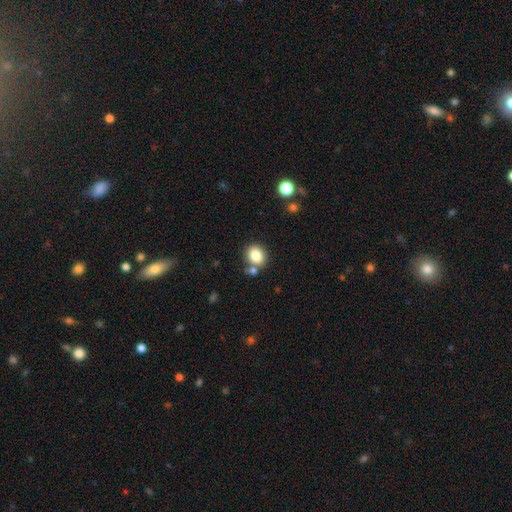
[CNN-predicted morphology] Smooth or featured? Predicted: smooth (p=0.83). How rounded? Predicted: round (p=0.58). Merging? Predicted: none (p=0.71).